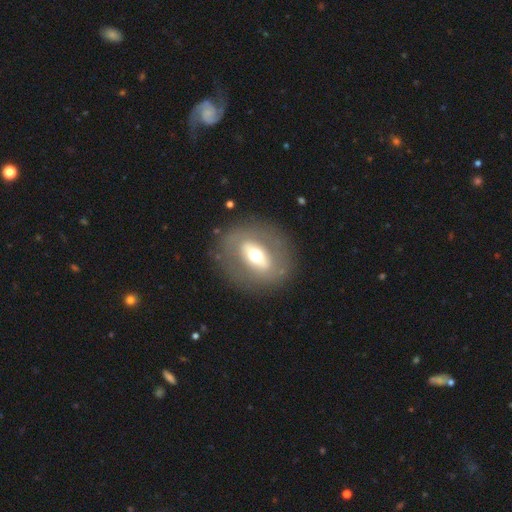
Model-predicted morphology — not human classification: This is possibly a featured or disk galaxy (56%). It is clearly not viewed edge-on (82%). Merging: clearly none (82%).